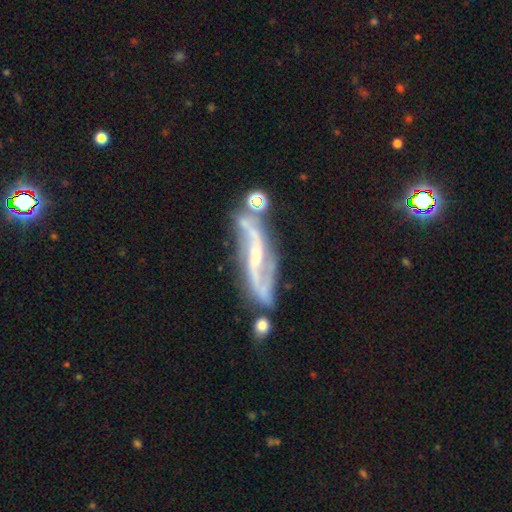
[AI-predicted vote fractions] smooth_or_featured: featured or disk (p=0.87) [alt: star or artifact p=0.07]
disk_edge_on: no (p=0.84) [alt: yes p=0.16]
bar: weak (p=0.41) [alt: strong p=0.33]
has_spiral_arms: yes (p=0.96) [alt: no p=0.04]
spiral_winding: loose (p=0.53) [alt: medium p=0.35]
spiral_arm_count: 2 (p=0.89) [alt: can't tell p=0.04]
bulge_size: small (p=0.60) [alt: moderate p=0.27]
merging: none (p=0.62) [alt: minor disturbance p=0.18]